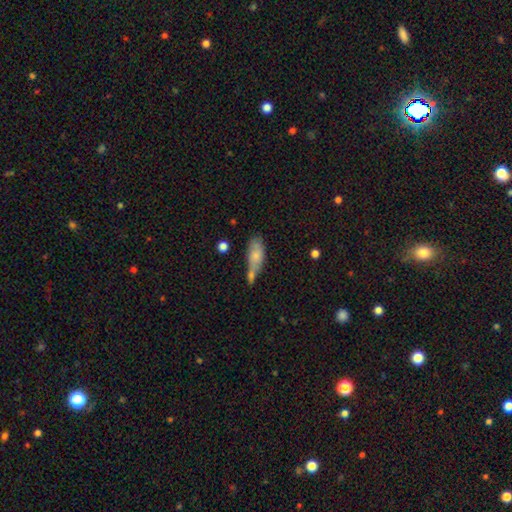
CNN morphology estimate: The model was most divided on "merging": merger: 35%, none: 33%, minor disturbance: 21%, major disturbance: 11%. More confident: how rounded — in between (75%); smooth or featured — smooth (74%).